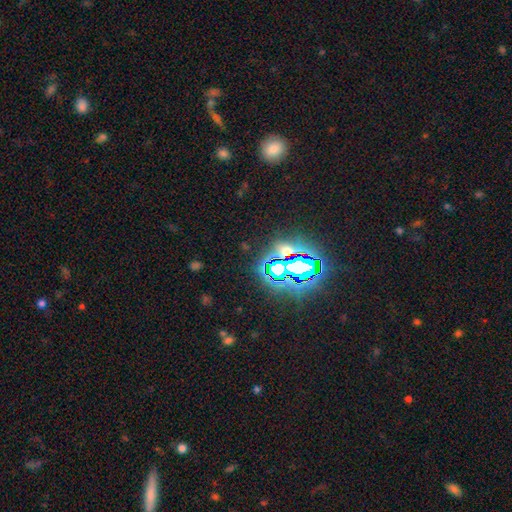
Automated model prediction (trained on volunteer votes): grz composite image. It shows a star or artifact, not a galaxy (79%).